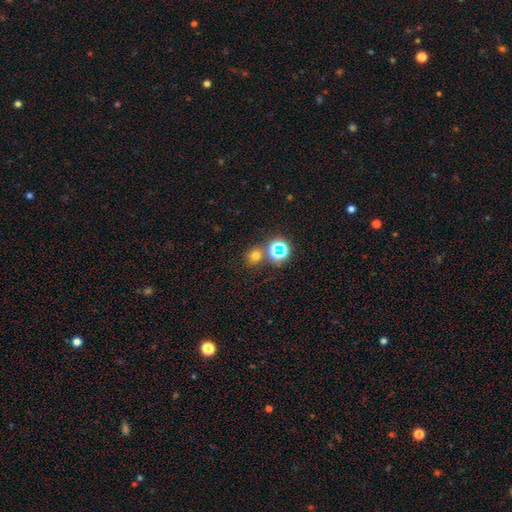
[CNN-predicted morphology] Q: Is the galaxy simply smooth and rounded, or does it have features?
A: smooth — 64%.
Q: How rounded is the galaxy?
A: round — 82%.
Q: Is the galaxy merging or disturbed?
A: none — 75%.